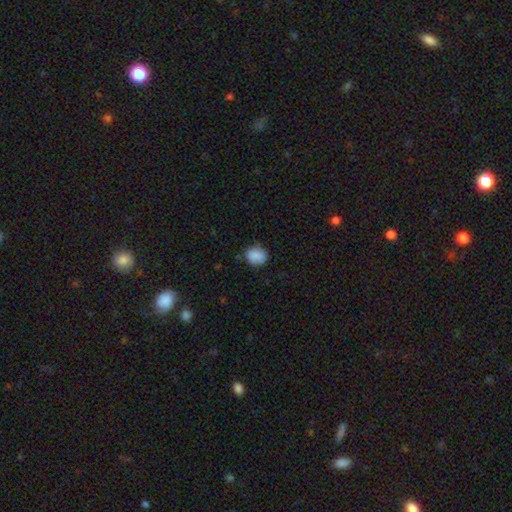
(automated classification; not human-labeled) smooth-or-featured: smooth: 87% | star or artifact: 8% | featured or disk: 5%
  how-rounded: round: 64% | in between: 35% | cigar-shaped: 1%
  merging: none: 75% | minor disturbance: 19% | major disturbance: 4% | merger: 1%